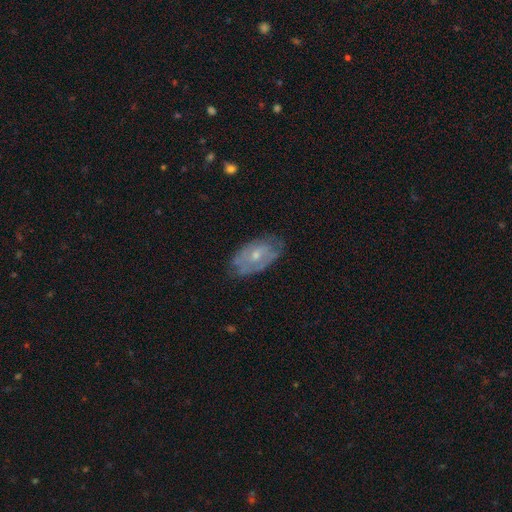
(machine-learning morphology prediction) A featured or disk galaxy (58%) with no bar (75%), spiral arms (54%) and a small central bulge (51%). Merging: none (63%).